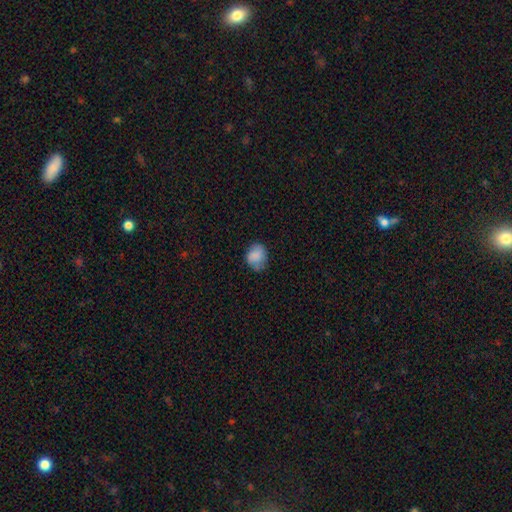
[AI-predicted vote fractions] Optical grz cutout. It shows a smooth galaxy with no disk features (85%) that is round (57%). Merging: none (66%).